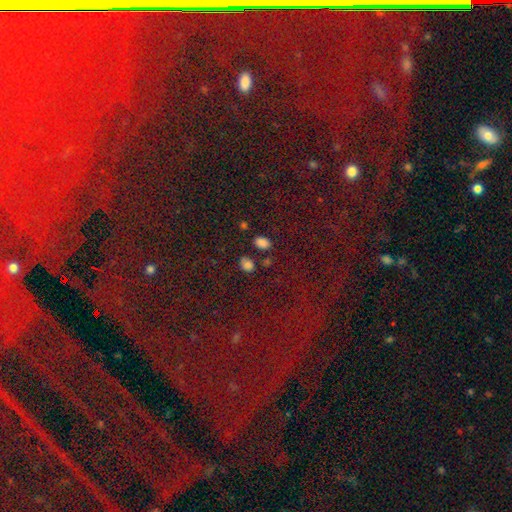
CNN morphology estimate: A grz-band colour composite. It shows a star or artifact, not a galaxy (83%).